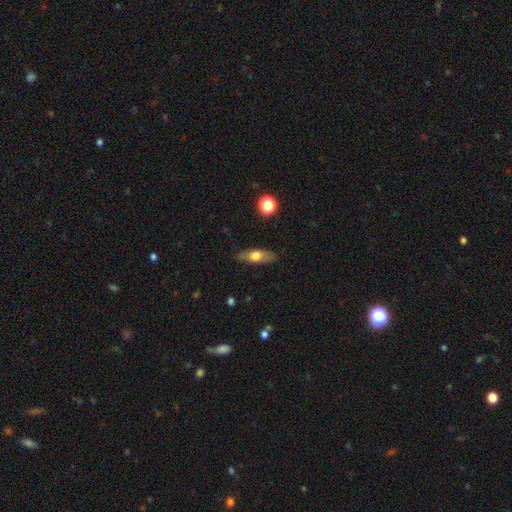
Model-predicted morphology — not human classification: smooth-or-featured: smooth: 57% | featured or disk: 36% | star or artifact: 7%
  how-rounded: in between: 54% | cigar-shaped: 42% | round: 4%
  merging: none: 84% | minor disturbance: 12% | major disturbance: 3% | merger: 1%